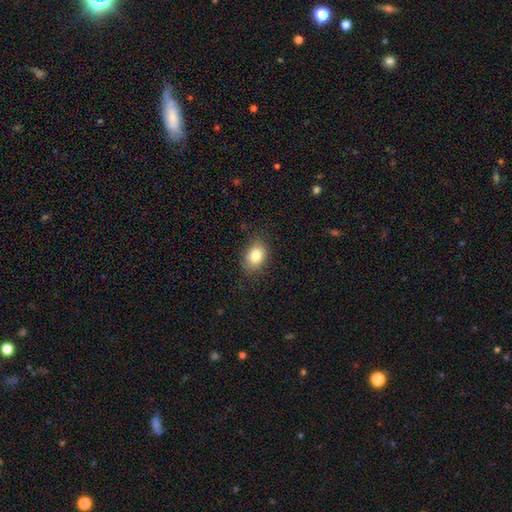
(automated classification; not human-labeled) Smooth or featured? smooth (82%)
How rounded? in between (73%)
Merging? none (79%)